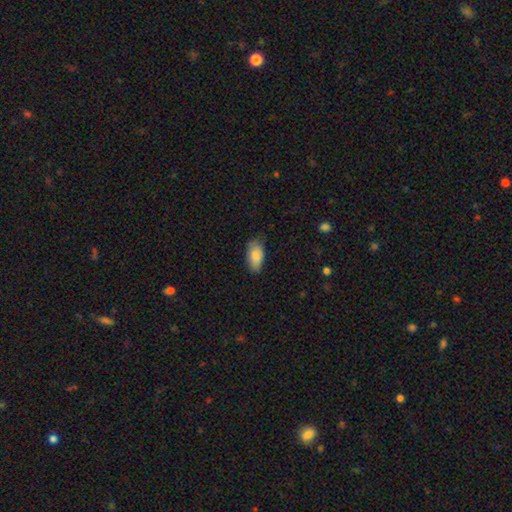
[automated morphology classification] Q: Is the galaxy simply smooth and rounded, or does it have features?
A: smooth — 86%.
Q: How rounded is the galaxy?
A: in between — 92%.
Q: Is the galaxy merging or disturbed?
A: none — 70%.